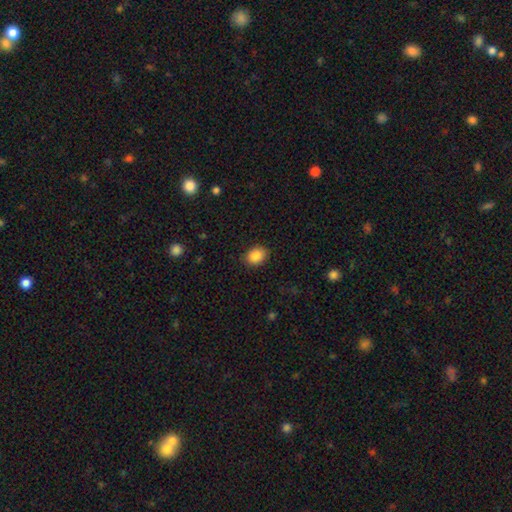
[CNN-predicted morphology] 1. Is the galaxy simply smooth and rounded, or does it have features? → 87% smooth, 8% star or artifact, 4% featured or disk.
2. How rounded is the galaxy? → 59% in between, 40% round, 1% cigar-shaped.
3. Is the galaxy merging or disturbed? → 88% none, 9% minor disturbance, 2% major disturbance, 1% merger.